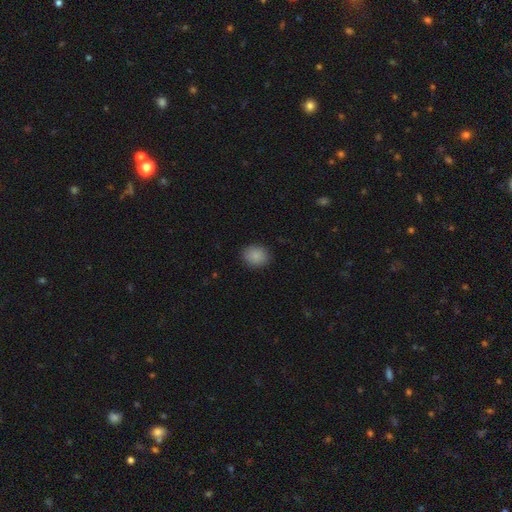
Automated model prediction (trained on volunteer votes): A smooth galaxy with no disk features (87%) that is round (59%).

Vote fractions:
- Smooth or featured? smooth: 87% / star or artifact: 8% / featured or disk: 5%
- How rounded? round: 59% / in between: 40% / cigar-shaped: 1%
- Merging? none: 88% / minor disturbance: 9% / major disturbance: 2% / merger: 1%